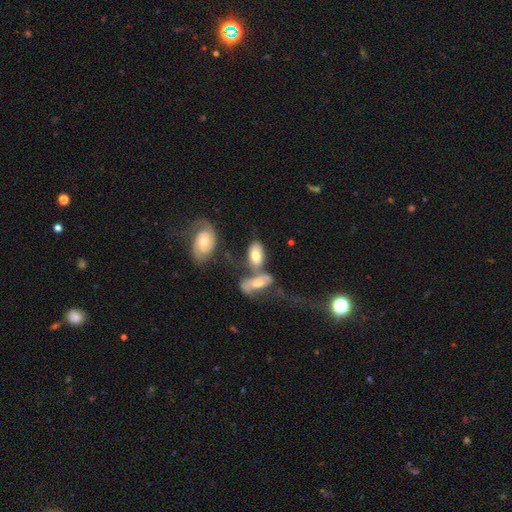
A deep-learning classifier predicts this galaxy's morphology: Smooth or featured? smooth (57%)
How rounded? in between (92%)
Merging? merger (43%)